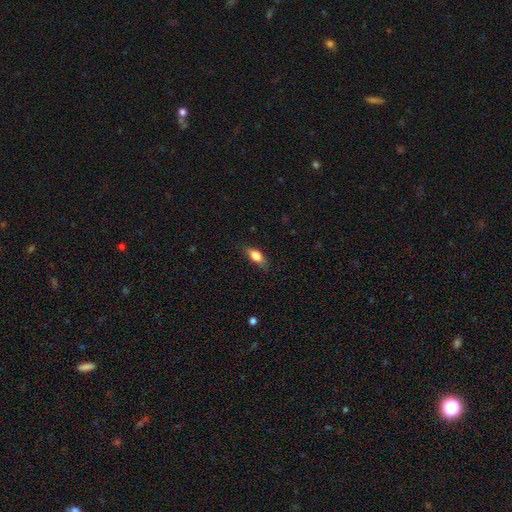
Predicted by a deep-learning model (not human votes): Q: Smooth or featured?
A: smooth (77%); runner-up: featured or disk (15%)
Q: How rounded?
A: in between (79%); runner-up: cigar-shaped (15%)
Q: Merging?
A: none (73%); runner-up: minor disturbance (21%)